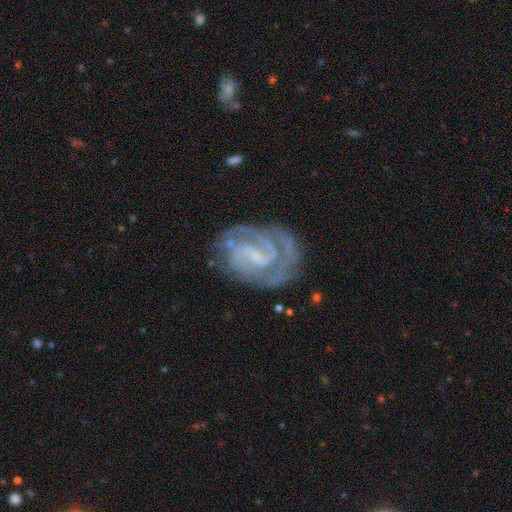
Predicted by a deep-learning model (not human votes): Q: Smooth or featured?
A: featured or disk (86%); runner-up: smooth (8%)
Q: Edge-on disk?
A: no (98%); runner-up: yes (2%)
Q: Bar?
A: weak (50%); runner-up: strong (25%)
Q: Spiral arms?
A: yes (95%); runner-up: no (5%)
Q: Spiral winding?
A: tight (54%); runner-up: medium (38%)
Q: Spiral arm count?
A: 2 (50%); runner-up: can't tell (18%)
Q: Bulge size?
A: small (50%); runner-up: none (32%)
Q: Merging?
A: none (68%); runner-up: minor disturbance (19%)